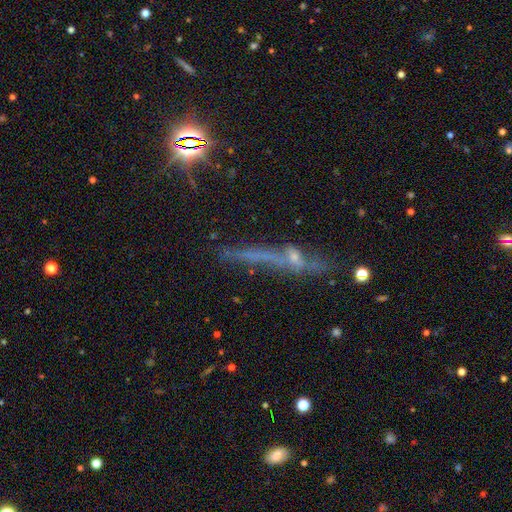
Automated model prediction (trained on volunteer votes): A featured or disk galaxy (47%).

Vote fractions:
- Smooth or featured? featured or disk: 47% / smooth: 27% / star or artifact: 26%
- Merging? none: 44% / major disturbance: 19% / merger: 19% / minor disturbance: 18%